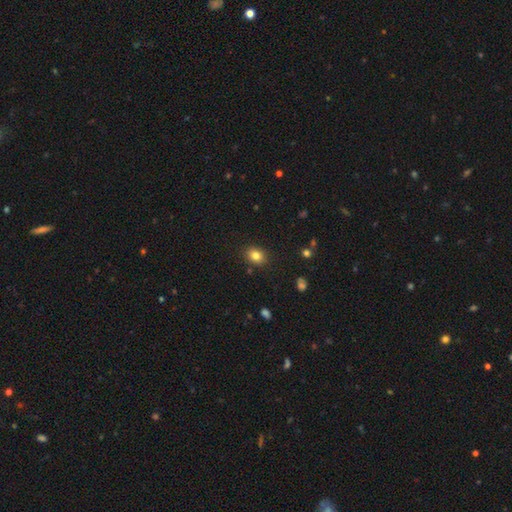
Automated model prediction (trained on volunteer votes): smooth 82%, star or artifact 11%, featured or disk 8%. Down the decision tree: how rounded — in between (58%); merging — none (86%).